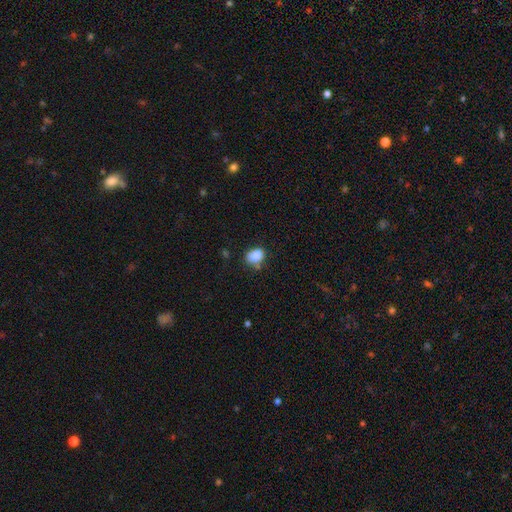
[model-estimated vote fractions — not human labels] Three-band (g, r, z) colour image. It shows a smooth galaxy with no disk features (86%) that is in between round and cigar-shaped (72%). Merging: none (64%).